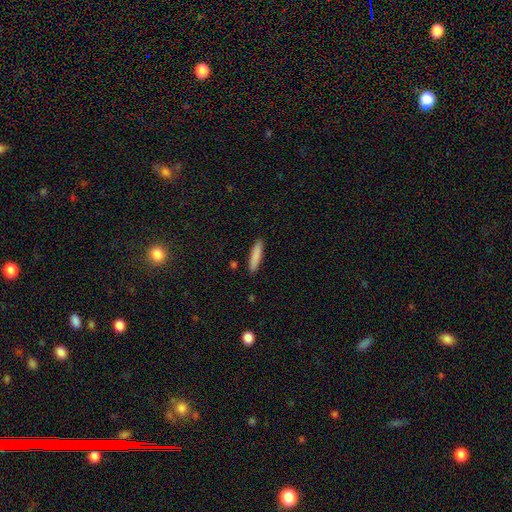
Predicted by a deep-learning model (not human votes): Morphology: type=smooth (85%); roundness=cigar-shaped (85%); merging=none (89%).